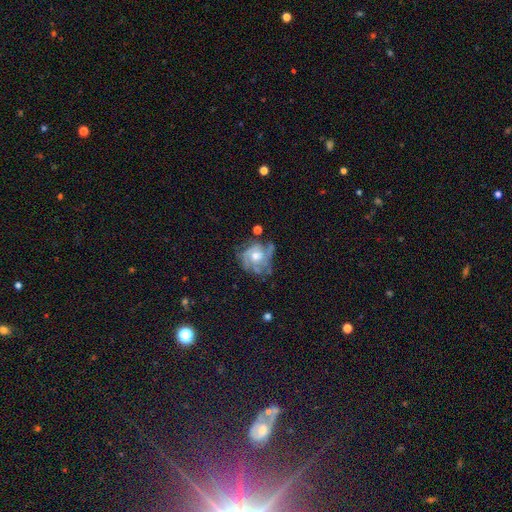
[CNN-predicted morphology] This appears to be a featured or disk galaxy (77%) with no bar (78%), tight (52%) spiral arms (87%) and a moderate central bulge (69%). Merging: none (54%).